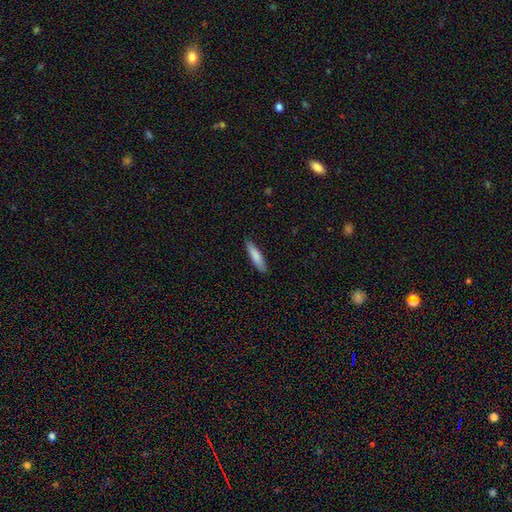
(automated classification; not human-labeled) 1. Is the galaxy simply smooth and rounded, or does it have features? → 83% smooth, 12% featured or disk, 6% star or artifact.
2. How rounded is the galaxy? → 77% cigar-shaped, 21% in between, 1% round.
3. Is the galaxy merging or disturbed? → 86% none, 11% minor disturbance, 2% major disturbance, 1% merger.